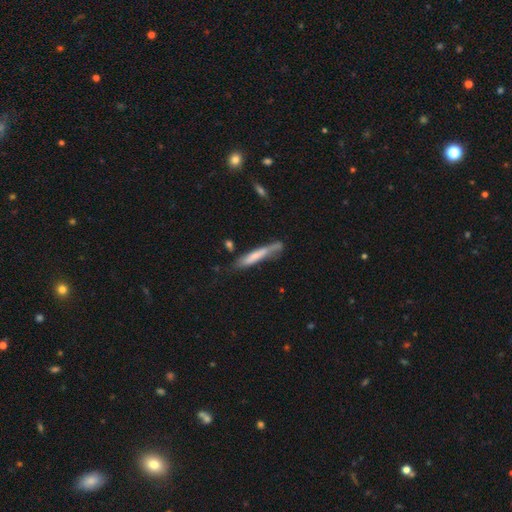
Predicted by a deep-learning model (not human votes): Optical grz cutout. It shows a smooth galaxy with no disk features (61%) that is cigar-shaped (92%). Merging: none (59%).